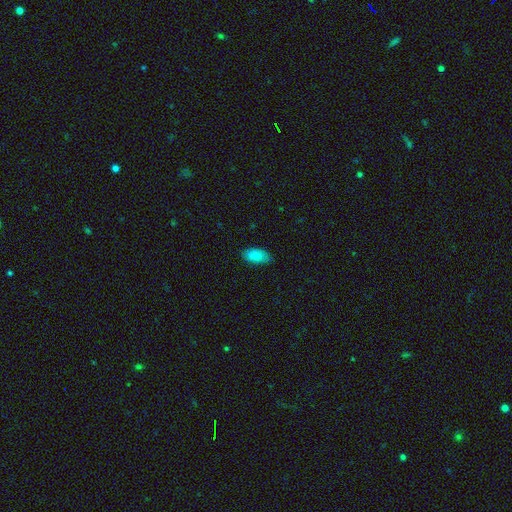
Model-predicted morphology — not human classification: The model was most divided on "merging": none: 80%, minor disturbance: 16%, major disturbance: 3%, merger: 1%. More confident: how rounded — in between (92%); smooth or featured — smooth (87%).